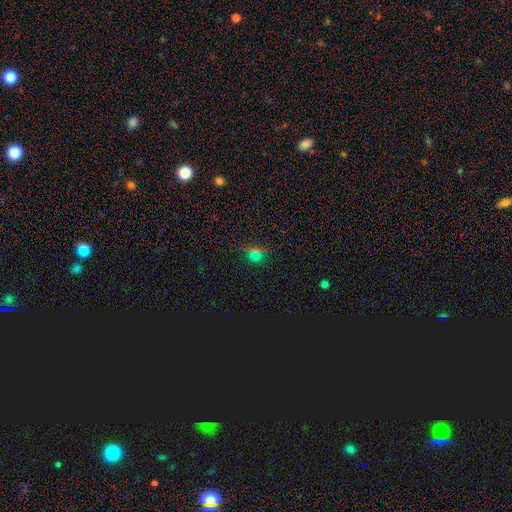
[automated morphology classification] This appears to be a smooth galaxy with no disk features (49%). Merging: none (79%).